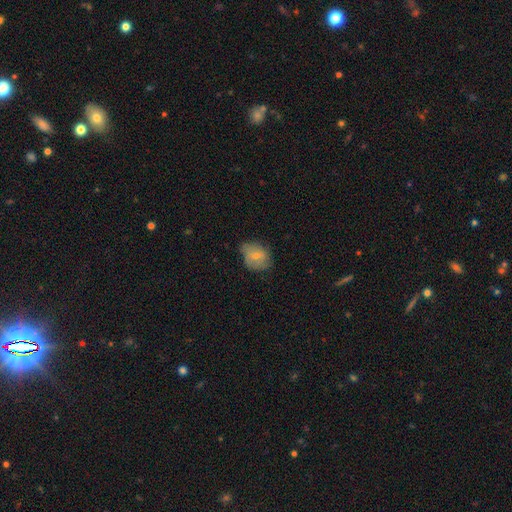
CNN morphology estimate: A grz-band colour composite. It shows a smooth galaxy with no disk features (68%) that is in between round and cigar-shaped (52%). Merging: none (56%).